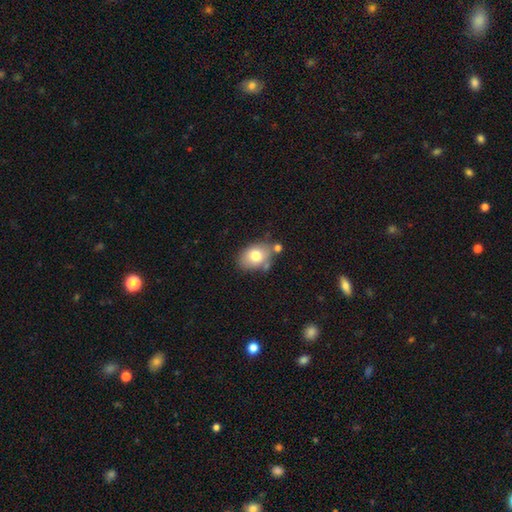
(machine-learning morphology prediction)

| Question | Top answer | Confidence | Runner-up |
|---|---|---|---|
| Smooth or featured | smooth | 76% | featured or disk (15%) |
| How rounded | in between | 76% | round (22%) |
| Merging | none | 65% | minor disturbance (18%) |